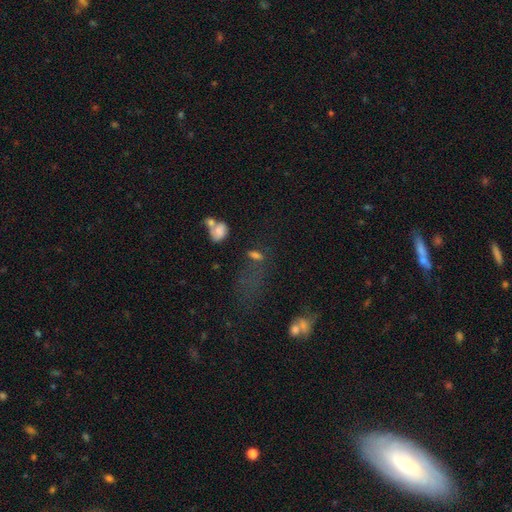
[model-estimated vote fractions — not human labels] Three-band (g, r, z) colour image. It shows a smooth galaxy with no disk features (60%) that is in between round and cigar-shaped (64%). Merging: none (36%).